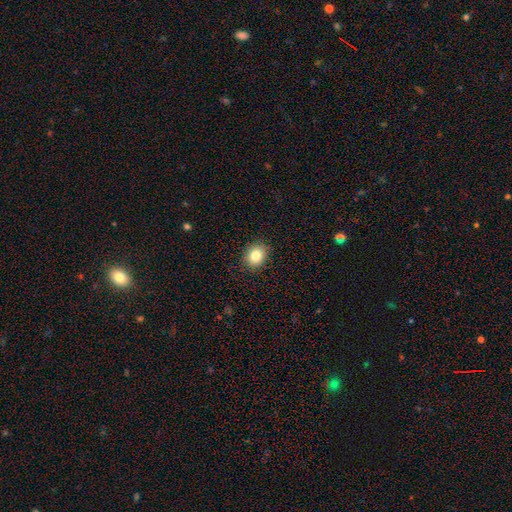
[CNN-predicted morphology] A smooth galaxy with no disk features (83%) that is round (59%).

Vote fractions:
- Smooth or featured? smooth: 83% / star or artifact: 10% / featured or disk: 7%
- How rounded? round: 59% / in between: 41% / cigar-shaped: 1%
- Merging? none: 89% / minor disturbance: 8% / major disturbance: 2% / merger: 1%